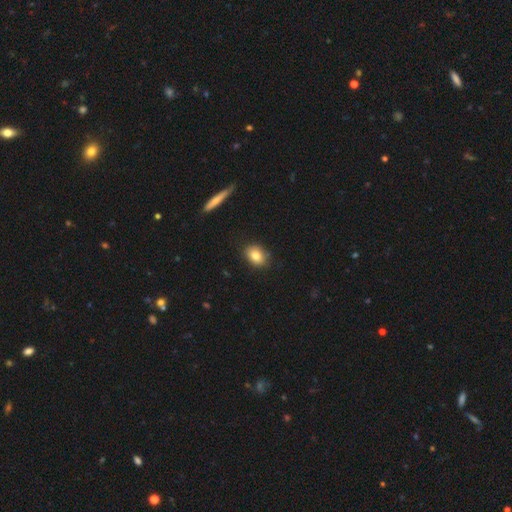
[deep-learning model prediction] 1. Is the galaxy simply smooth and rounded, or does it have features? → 82% smooth, 9% featured or disk, 9% star or artifact.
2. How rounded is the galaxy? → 63% in between, 36% round, 2% cigar-shaped.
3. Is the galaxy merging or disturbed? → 86% none, 10% minor disturbance, 2% major disturbance, 1% merger.